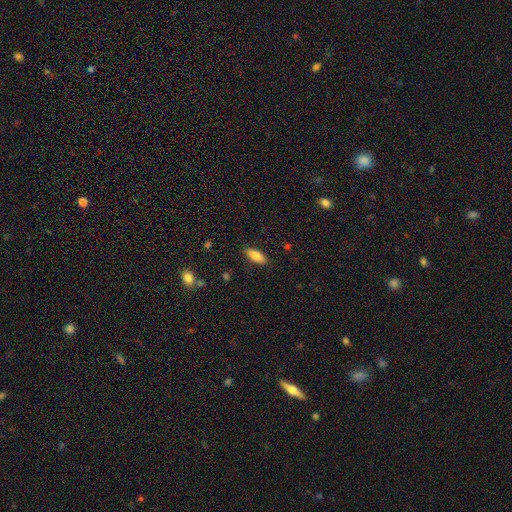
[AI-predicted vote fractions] Morphology: type=smooth (84%); roundness=in between (78%); merging=none (86%).